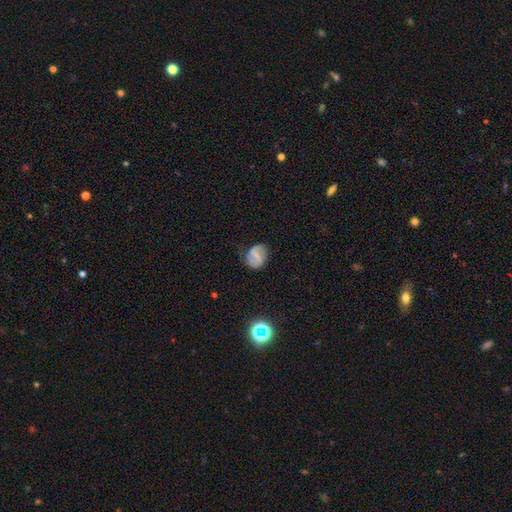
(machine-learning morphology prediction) featured or disk 55%, smooth 34%, star or artifact 10%. Down the decision tree: edge-on disk — no (97%); bar — weak (43%); spiral arms — yes (81%); bulge size — small (42%); merging — none (70%).